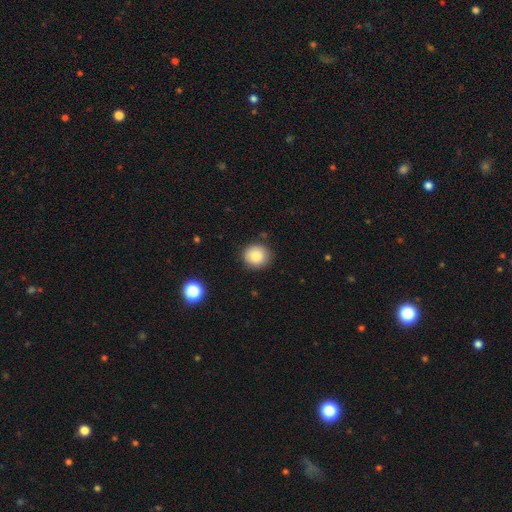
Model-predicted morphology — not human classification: smooth 86%, star or artifact 9%, featured or disk 5%. Down the decision tree: how rounded — round (89%); merging — none (87%).